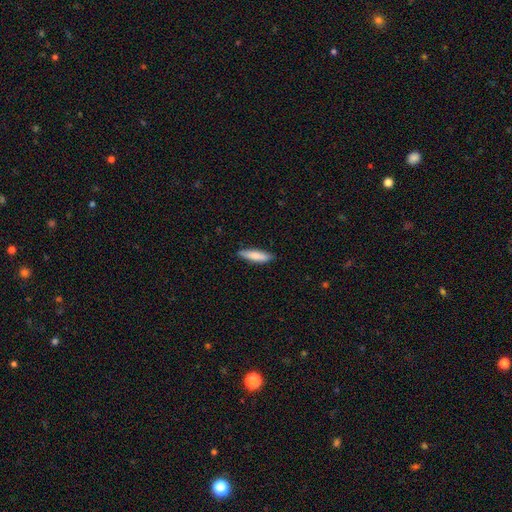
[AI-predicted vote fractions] smooth 78%, featured or disk 17%, star or artifact 6%. Down the decision tree: how rounded — cigar-shaped (71%); merging — none (86%).